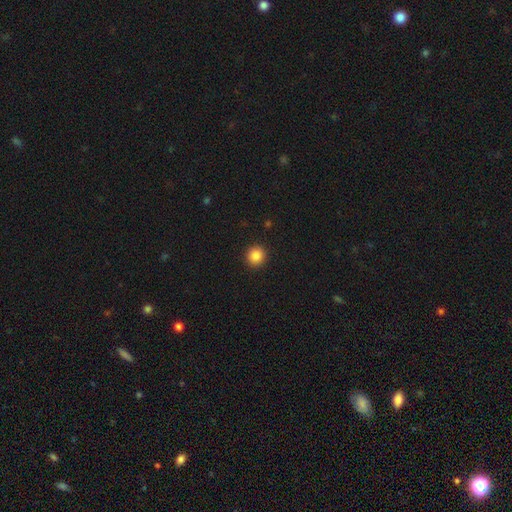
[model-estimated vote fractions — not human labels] The model was most divided on "smooth or featured": smooth: 86%, star or artifact: 10%, featured or disk: 4%. More confident: how rounded — round (93%); merging — none (93%).